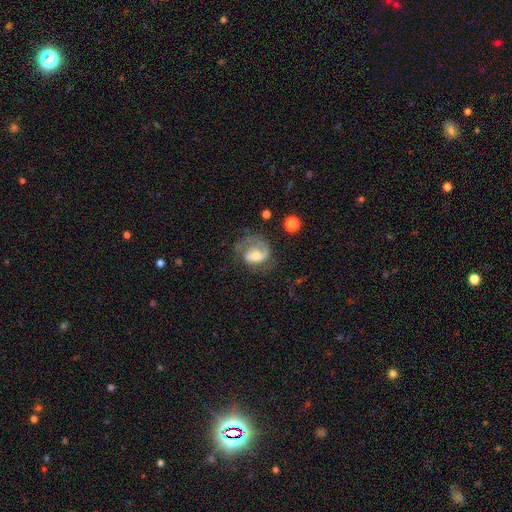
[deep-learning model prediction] This appears to be a featured or disk galaxy (77%) with no bar (52%), 1 (49%) medium (45%) spiral arms (92%) and a moderate central bulge (55%). Merging: none (50%).